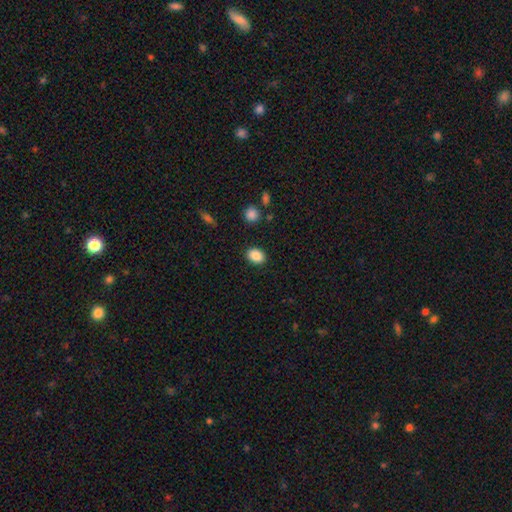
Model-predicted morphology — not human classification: This is clearly a smooth galaxy (87%). How rounded: likely in between (72%). Merging: clearly none (88%).